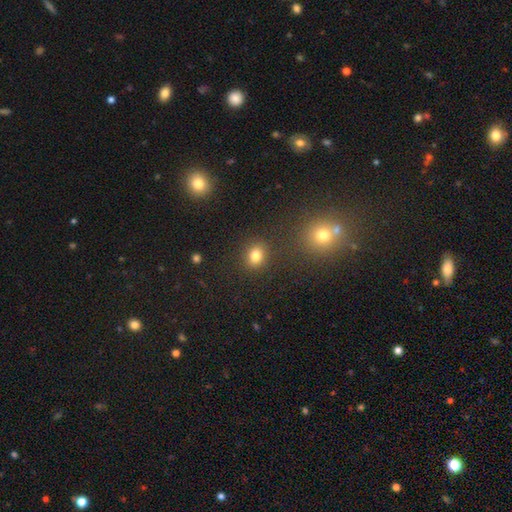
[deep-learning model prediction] Smooth or featured? Predicted: smooth (p=0.80). How rounded? Predicted: round (p=0.61). Merging? Predicted: none (p=0.84).